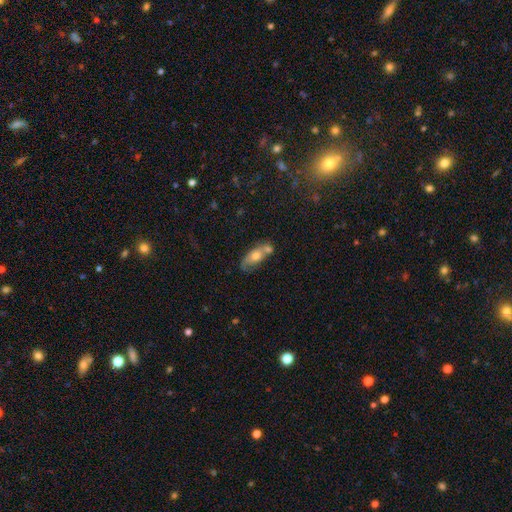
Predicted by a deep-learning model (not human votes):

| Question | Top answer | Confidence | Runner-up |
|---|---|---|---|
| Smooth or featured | smooth | 59% | featured or disk (34%) |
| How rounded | in between | 77% | cigar-shaped (18%) |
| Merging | none | 45% | merger (30%) |